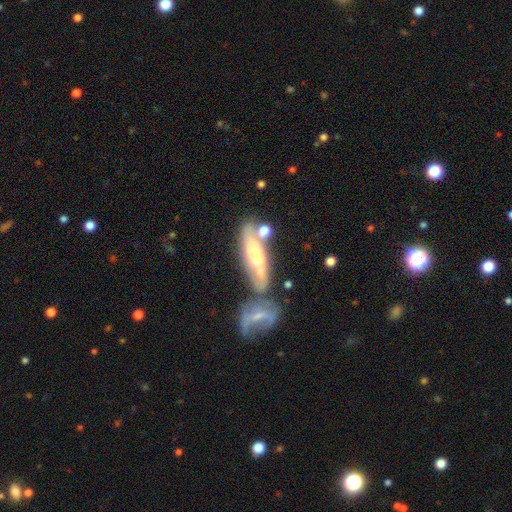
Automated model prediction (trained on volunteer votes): Smooth or featured? Predicted: featured or disk (p=0.53). Edge-on disk? Predicted: no (p=0.61). Merging? Predicted: merger (p=0.41).